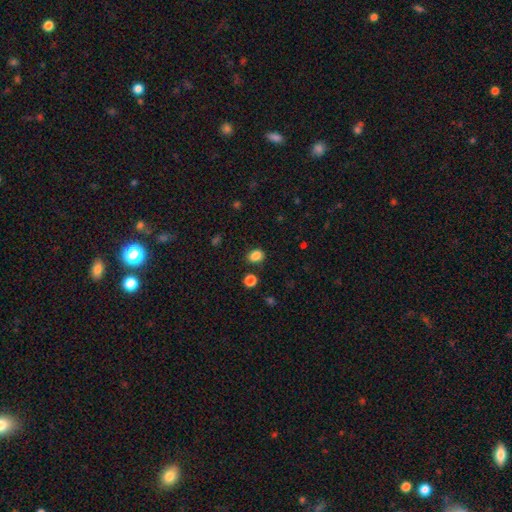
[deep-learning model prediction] Smooth or featured? Predicted: smooth (p=0.84). How rounded? Predicted: in between (p=0.59). Merging? Predicted: none (p=0.78).